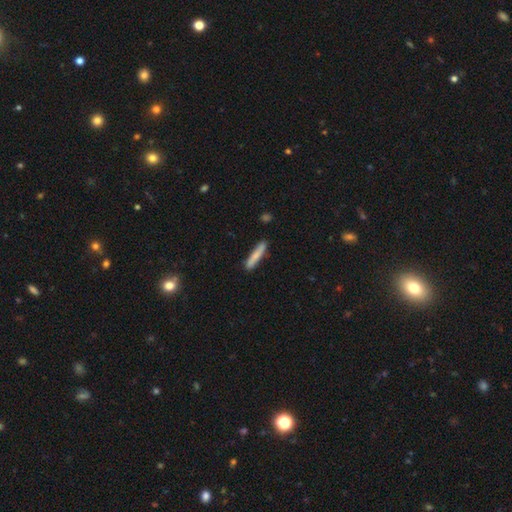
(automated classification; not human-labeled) This appears to be a smooth galaxy with no disk features (78%) that is cigar-shaped (91%). Merging: none (87%).